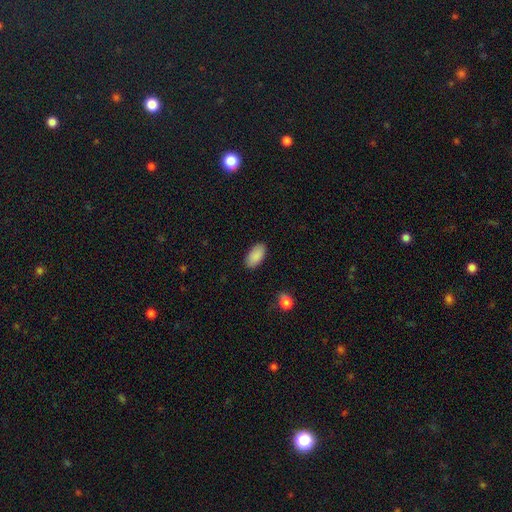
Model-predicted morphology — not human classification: This is clearly a smooth galaxy (90%). How rounded: clearly in between (95%). Merging: clearly none (88%).